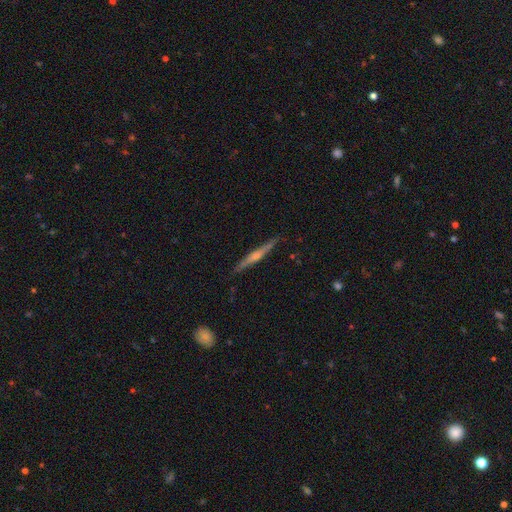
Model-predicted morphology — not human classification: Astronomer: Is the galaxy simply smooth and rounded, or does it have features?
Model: featured or disk — 73%.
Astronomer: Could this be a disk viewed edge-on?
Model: yes — 98%.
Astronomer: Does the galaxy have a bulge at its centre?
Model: rounded — 76%.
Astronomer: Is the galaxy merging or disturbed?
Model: none — 88%.